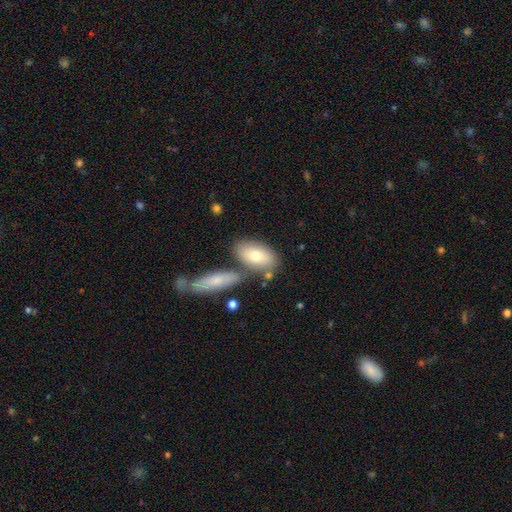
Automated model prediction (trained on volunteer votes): This appears to be a smooth galaxy with no disk features (73%) that is in between round and cigar-shaped (89%). Merging: none (61%).